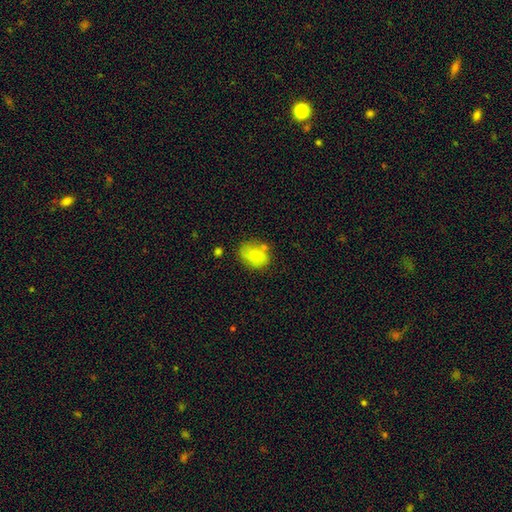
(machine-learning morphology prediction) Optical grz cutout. It shows a smooth galaxy with no disk features (81%) that is in between round and cigar-shaped (61%). Merging: none (59%).